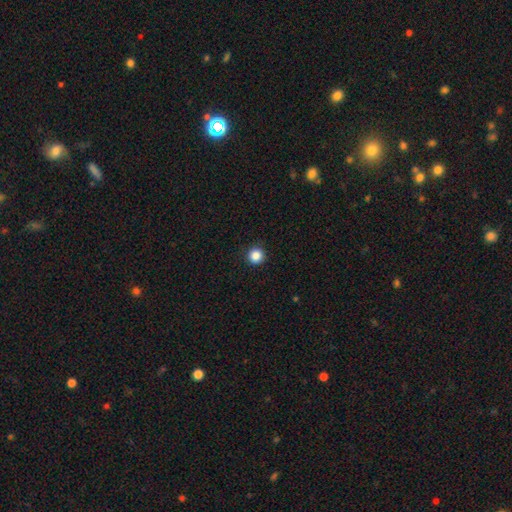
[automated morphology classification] Smooth or featured? smooth (86%)
How rounded? round (96%)
Merging? none (92%)